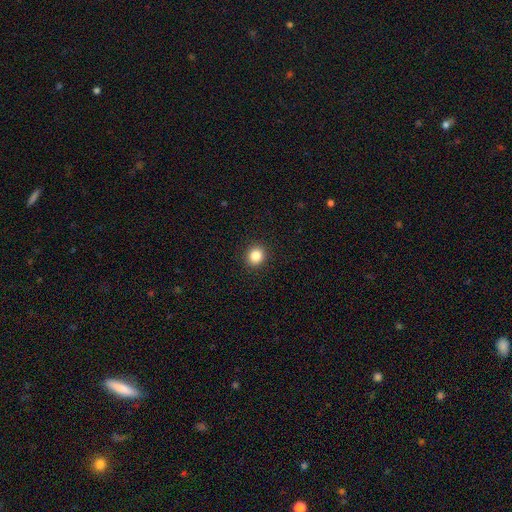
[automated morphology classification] This is clearly a smooth galaxy (86%). How rounded: clearly round (84%). Merging: clearly none (92%).